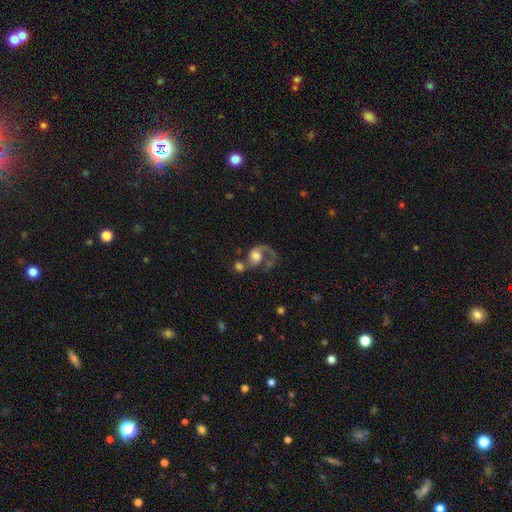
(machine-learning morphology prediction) A featured or disk galaxy (64%) with no bar (73%), 1 (73%) loose (51%) spiral arms (85%) and a large central bulge (41%).

Vote fractions:
- Smooth or featured? featured or disk: 64% / smooth: 28% / star or artifact: 9%
- Edge-on disk? no: 98% / yes: 2%
- Bar? no: 73% / weak: 22% / strong: 4%
- Spiral arms? yes: 85% / no: 15%
- Spiral winding? loose: 51% / medium: 34% / tight: 15%
- Spiral arm count? 1: 73% / 2: 19% / can't tell: 4% / 3: 1% / 4: 1% / more than 4: 1%
- Bulge size? large: 41% / moderate: 30% / small: 11% / none: 11% / dominant: 7%
- Merging? merger: 38% / major disturbance: 30% / none: 21% / minor disturbance: 10%